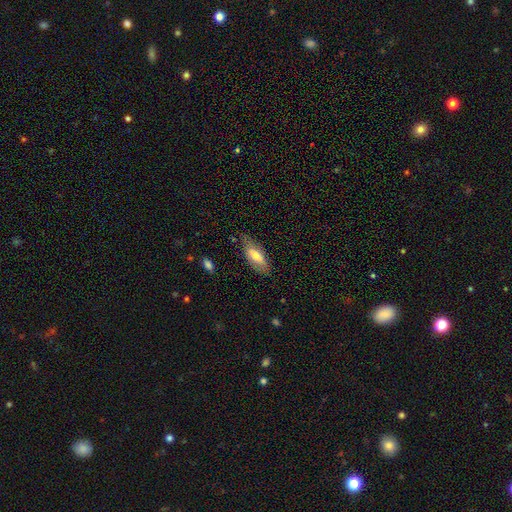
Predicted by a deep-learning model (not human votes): Smooth or featured?
  - smooth: 62% *
  - featured or disk: 31%
  - star or artifact: 6%
How rounded?
  - in between: 78% *
  - cigar-shaped: 19%
  - round: 2%
Merging?
  - none: 76% *
  - minor disturbance: 18%
  - major disturbance: 4%
  - merger: 2%